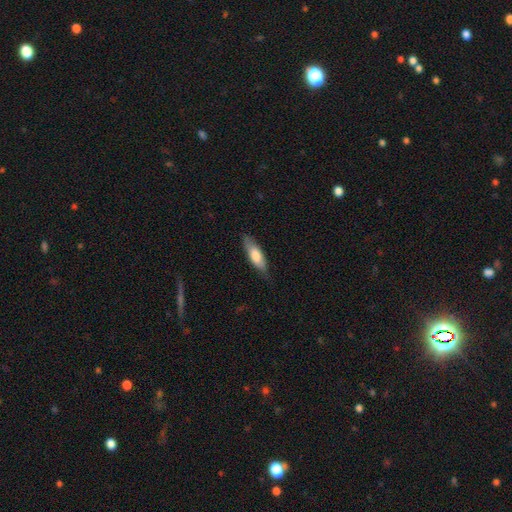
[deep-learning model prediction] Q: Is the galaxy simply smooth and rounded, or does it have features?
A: smooth — 71%.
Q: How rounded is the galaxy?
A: in between — 52%.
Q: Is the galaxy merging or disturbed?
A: none — 75%.